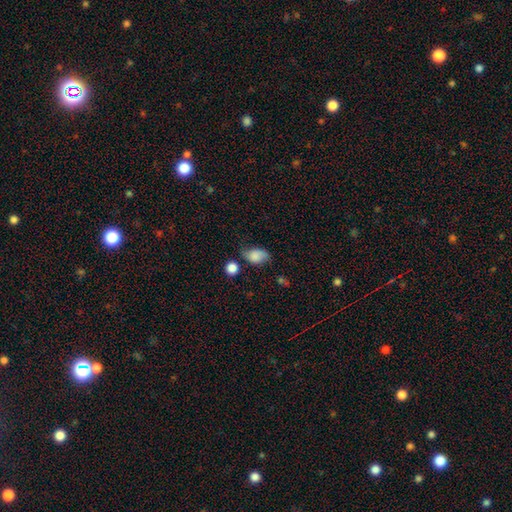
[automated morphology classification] Smooth or featured?
  - smooth: 79% *
  - featured or disk: 12%
  - star or artifact: 10%
How rounded?
  - in between: 81% *
  - round: 18%
  - cigar-shaped: 2%
Merging?
  - none: 52% *
  - minor disturbance: 32%
  - major disturbance: 9%
  - merger: 7%